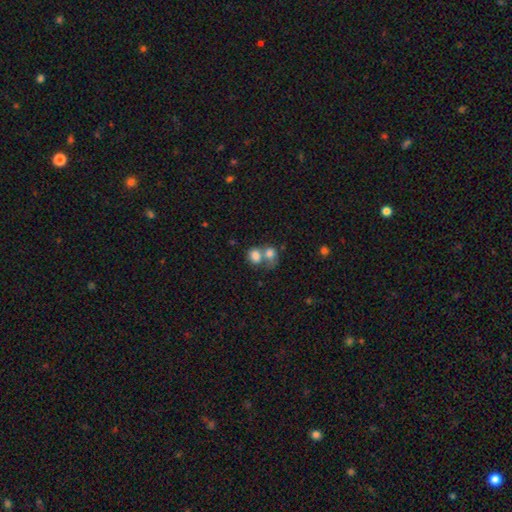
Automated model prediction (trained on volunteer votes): A smooth galaxy with no disk features (80%) that is round (54%).

Vote fractions:
- Smooth or featured? smooth: 80% / featured or disk: 11% / star or artifact: 10%
- How rounded? round: 54% / in between: 45% / cigar-shaped: 1%
- Merging? merger: 62% / none: 26% / minor disturbance: 7% / major disturbance: 5%